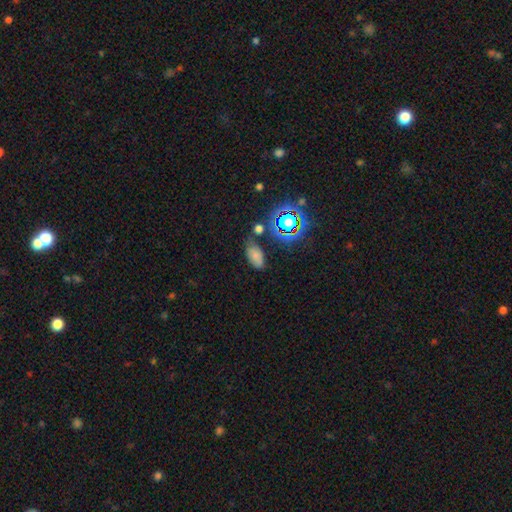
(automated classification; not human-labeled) This appears to be a smooth galaxy with no disk features (68%) that is in between round and cigar-shaped (91%). Merging: none (67%).